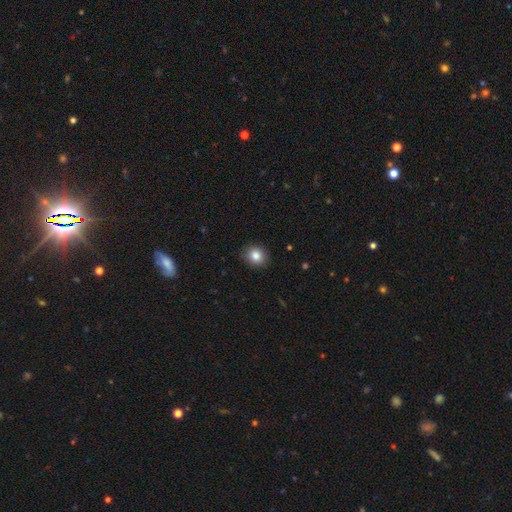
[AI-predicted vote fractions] A smooth galaxy with no disk features (84%) that is round (75%).

Vote fractions:
- Smooth or featured? smooth: 84% / star or artifact: 10% / featured or disk: 6%
- How rounded? round: 75% / in between: 24% / cigar-shaped: 1%
- Merging? none: 89% / minor disturbance: 8% / major disturbance: 2% / merger: 1%